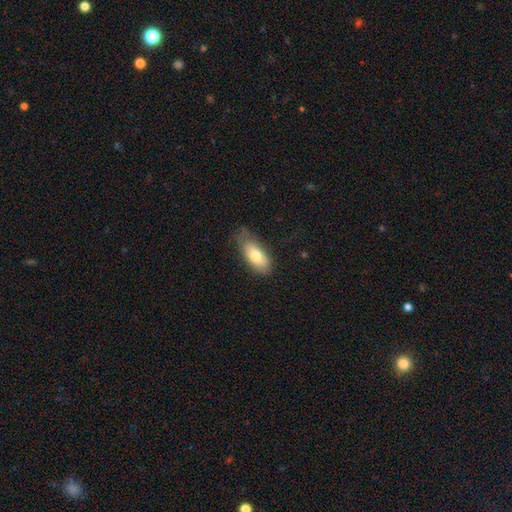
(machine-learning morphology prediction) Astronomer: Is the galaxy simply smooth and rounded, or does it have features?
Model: smooth — 75%.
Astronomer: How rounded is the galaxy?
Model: in between — 84%.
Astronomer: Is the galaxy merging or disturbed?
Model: none — 58%.